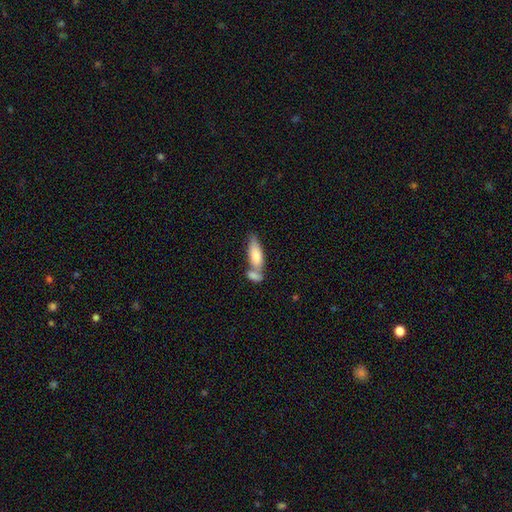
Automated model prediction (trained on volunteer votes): The model was most divided on "merging": merger: 48%, none: 35%, minor disturbance: 12%, major disturbance: 5%. More confident: smooth or featured — smooth (71%); how rounded — in between (61%).